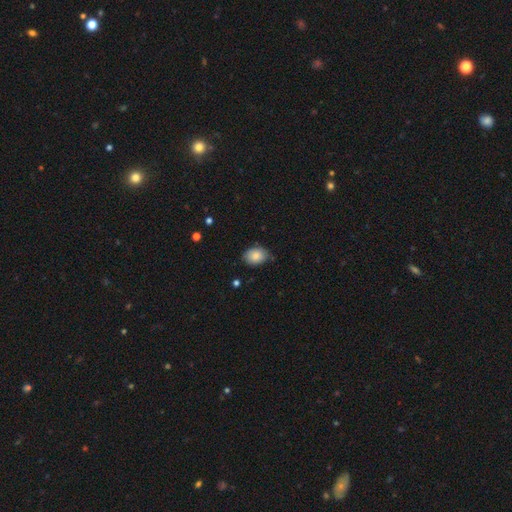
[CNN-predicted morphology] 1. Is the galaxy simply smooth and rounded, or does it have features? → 85% smooth, 8% star or artifact, 7% featured or disk.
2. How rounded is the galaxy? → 75% in between, 24% round, 1% cigar-shaped.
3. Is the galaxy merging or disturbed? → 75% none, 21% minor disturbance, 3% major disturbance, 2% merger.